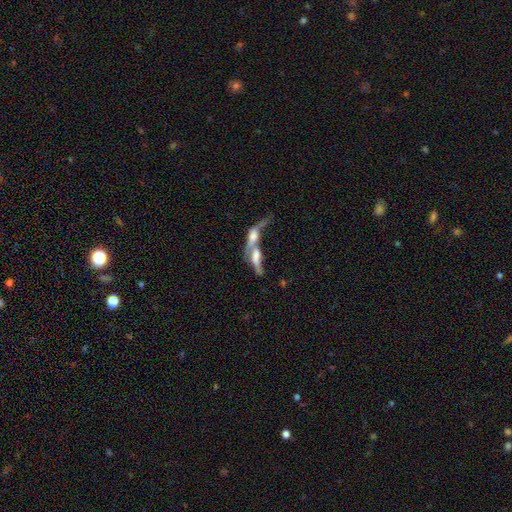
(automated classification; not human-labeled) Overall: featured or disk (53%; smooth 36%). Edge-on disk: no (55%; yes 45%). Merging: merger (79%).